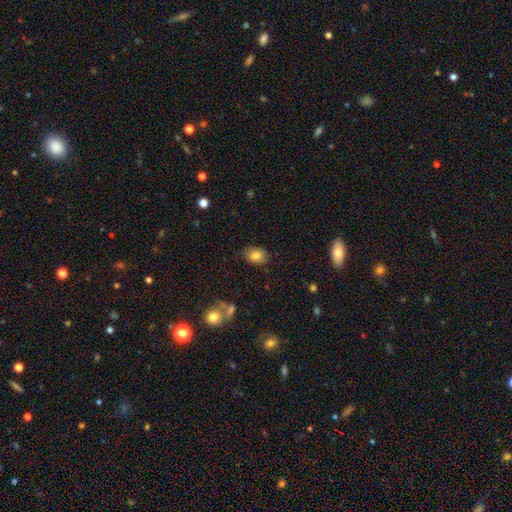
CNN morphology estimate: Overall: smooth (81%). How rounded: in between (74%). Merging: none (80%).